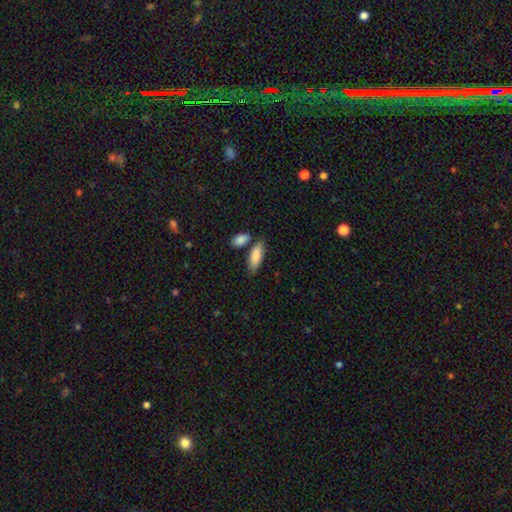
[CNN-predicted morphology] This appears to be a smooth galaxy with no disk features (84%) that is in between round and cigar-shaped (70%). Merging: none (69%).